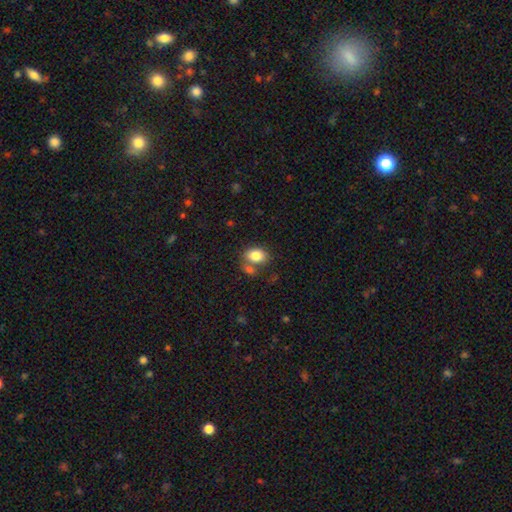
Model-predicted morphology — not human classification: A smooth galaxy with no disk features (83%) that is in between round and cigar-shaped (69%). Merging: none (55%).